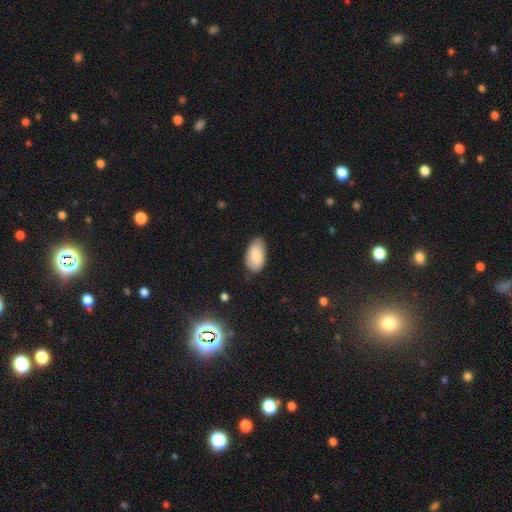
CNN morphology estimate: This is clearly a smooth galaxy (82%). How rounded: clearly in between (95%). Merging: likely none (75%).